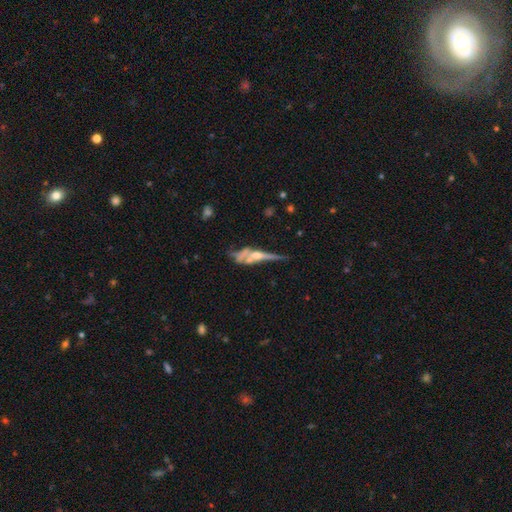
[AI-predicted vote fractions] Morphology: type=featured or disk (64%); edge-on=yes (76%); merging=none (34%).